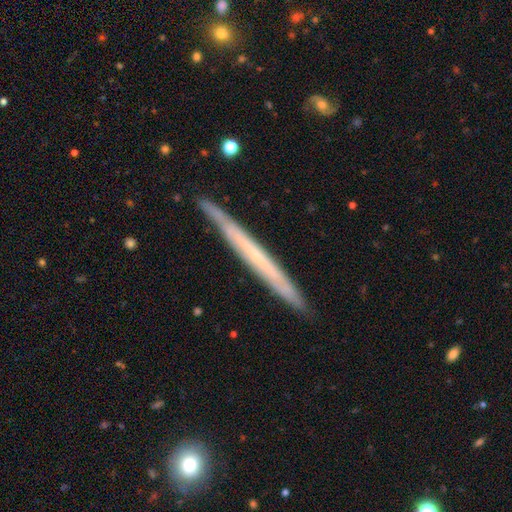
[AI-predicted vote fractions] The model was most divided on "smooth or featured": featured or disk: 61%, smooth: 33%, star or artifact: 6%. More confident: edge-on disk — yes (95%); merging — none (88%); edge-on bulge — none (84%).